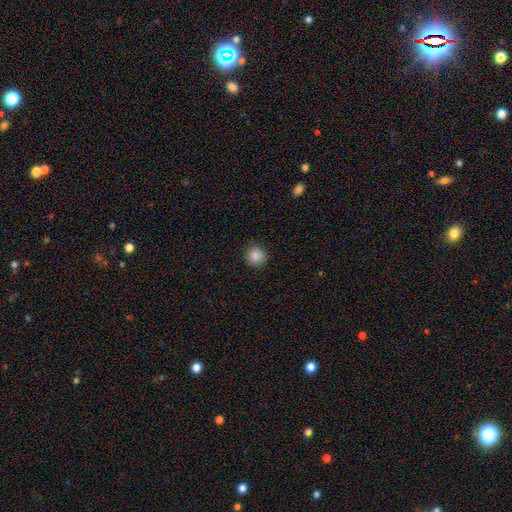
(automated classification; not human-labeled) smooth_or_featured: smooth (p=0.86) [alt: star or artifact p=0.10]
how_rounded: round (p=0.92) [alt: in between p=0.07]
merging: none (p=0.89) [alt: minor disturbance p=0.07]